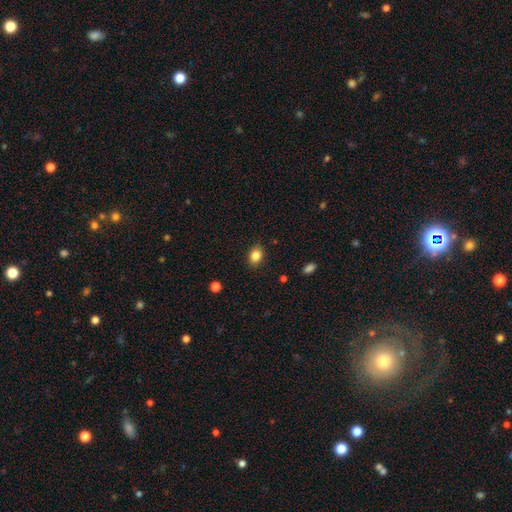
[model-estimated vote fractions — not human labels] This is clearly a smooth galaxy (84%). How rounded: likely in between (69%). Merging: clearly none (86%).